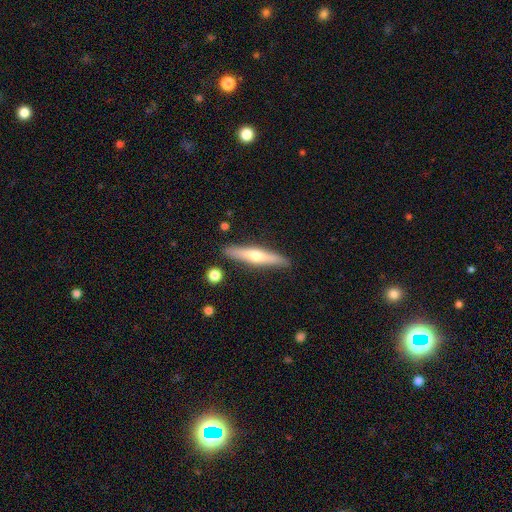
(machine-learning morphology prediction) smooth-or-featured: featured or disk: 52% | smooth: 42% | star or artifact: 6%
  disk-edge-on: yes: 94% | no: 6%
  merging: none: 88% | minor disturbance: 8% | merger: 2% | major disturbance: 2%